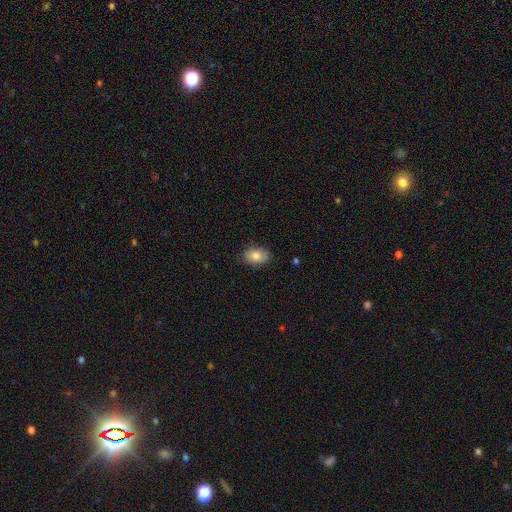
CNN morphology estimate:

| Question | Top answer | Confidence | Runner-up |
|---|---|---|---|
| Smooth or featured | smooth | 82% | featured or disk (10%) |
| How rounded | in between | 81% | round (18%) |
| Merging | none | 82% | minor disturbance (14%) |